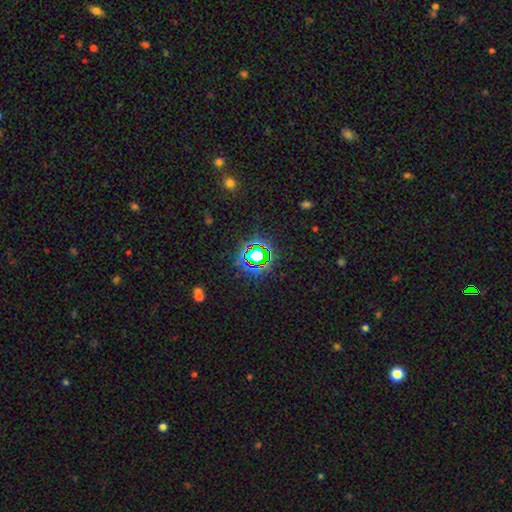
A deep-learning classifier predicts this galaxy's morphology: A star or artifact, not a galaxy (74%).

Vote fractions:
- Smooth or featured? star or artifact: 74% / smooth: 15% / featured or disk: 10%